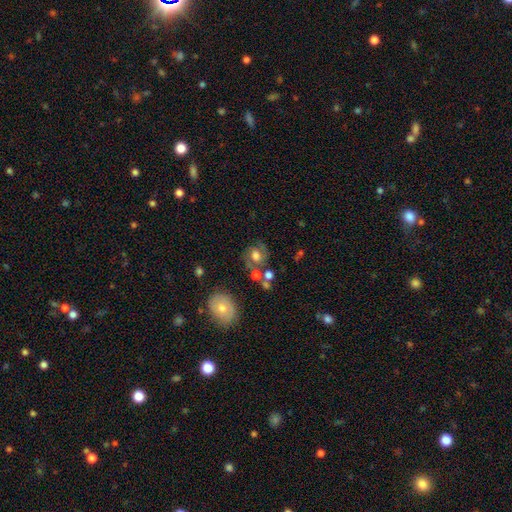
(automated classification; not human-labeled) smooth_or_featured: featured or disk (p=0.46) [alt: smooth p=0.44]
merging: none (p=0.61) [alt: minor disturbance p=0.18]